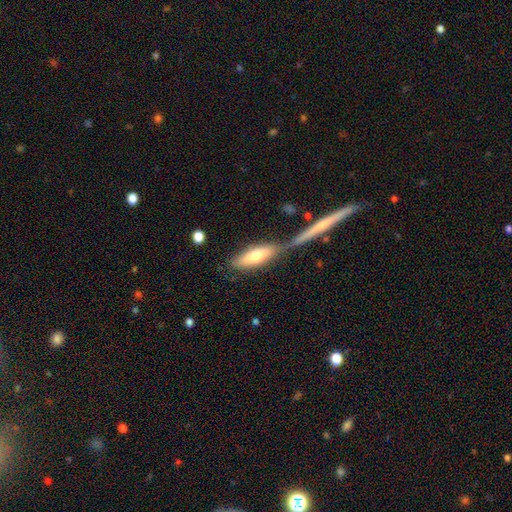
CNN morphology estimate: Smooth or featured?
  - smooth: 68% *
  - featured or disk: 25%
  - star or artifact: 6%
How rounded?
  - cigar-shaped: 49% *
  - in between: 48%
  - round: 3%
Merging?
  - none: 51% *
  - merger: 30%
  - minor disturbance: 13%
  - major disturbance: 6%